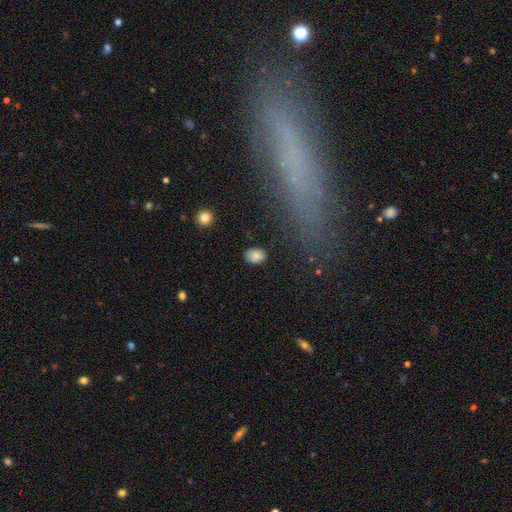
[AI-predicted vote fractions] Morphology: type=smooth (82%); roundness=in between (67%); merging=none (78%).